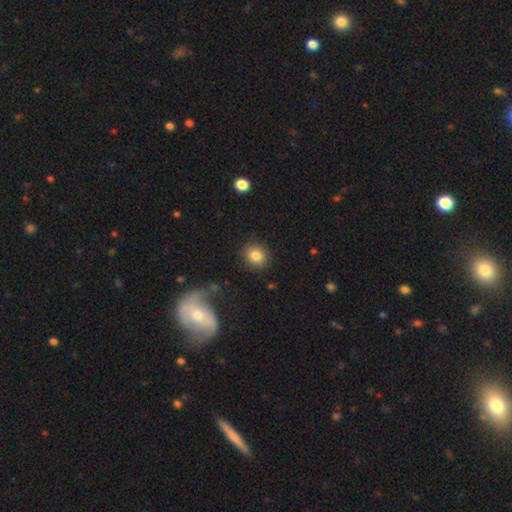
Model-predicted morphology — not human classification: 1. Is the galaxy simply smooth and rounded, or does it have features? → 84% smooth, 9% star or artifact, 7% featured or disk.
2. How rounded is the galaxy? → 74% round, 24% in between, 1% cigar-shaped.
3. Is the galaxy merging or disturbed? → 88% none, 8% minor disturbance, 3% major disturbance, 2% merger.